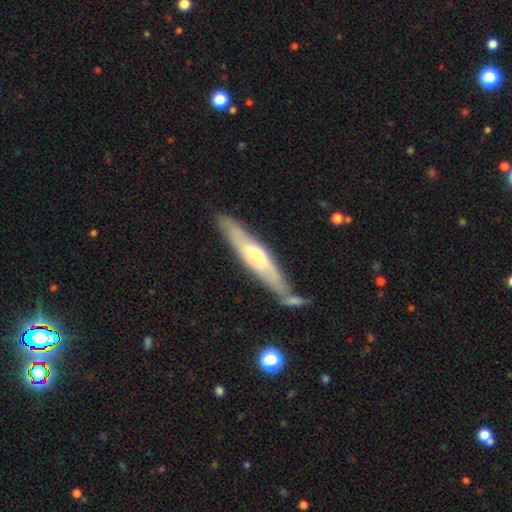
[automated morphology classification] Smooth or featured?
  - featured or disk: 56% *
  - smooth: 39%
  - star or artifact: 5%
Edge-on disk?
  - yes: 79% *
  - no: 21%
Merging?
  - none: 69% *
  - minor disturbance: 16%
  - merger: 11%
  - major disturbance: 4%